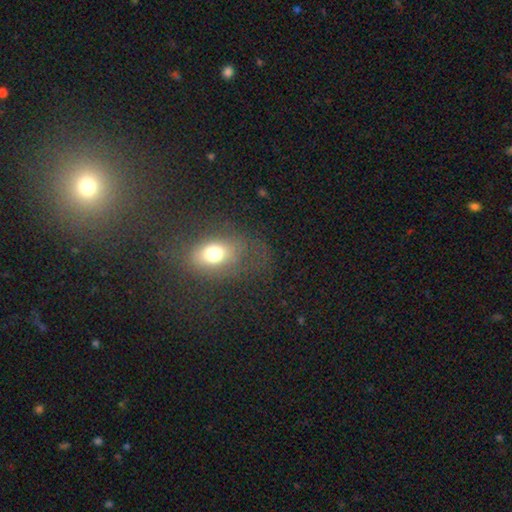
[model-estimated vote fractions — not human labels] Smooth or featured?
  - smooth: 51% *
  - star or artifact: 24%
  - featured or disk: 24%
How rounded?
  - in between: 72% *
  - round: 24%
  - cigar-shaped: 4%
Merging?
  - none: 59% *
  - minor disturbance: 19%
  - major disturbance: 15%
  - merger: 8%